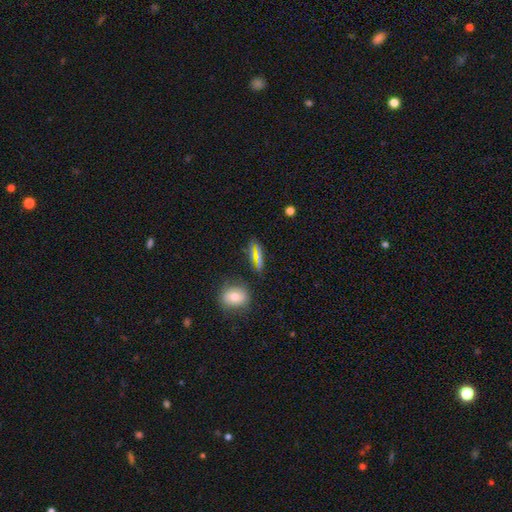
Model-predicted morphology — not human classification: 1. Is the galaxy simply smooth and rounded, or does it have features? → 56% smooth, 29% star or artifact, 15% featured or disk.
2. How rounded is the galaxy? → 61% in between, 24% cigar-shaped, 14% round.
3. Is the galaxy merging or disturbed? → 77% none, 13% minor disturbance, 6% major disturbance, 4% merger.